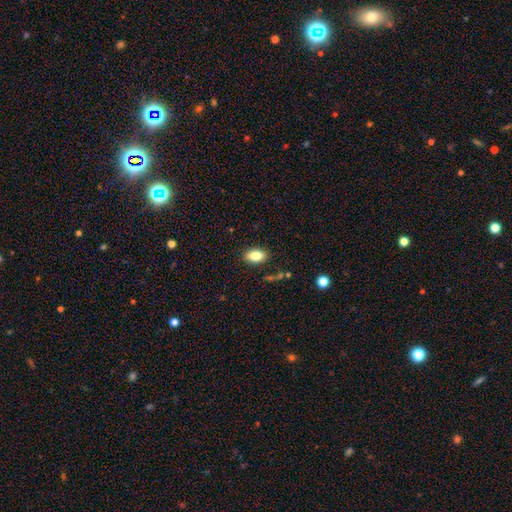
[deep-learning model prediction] This appears to be a smooth galaxy with no disk features (82%) that is in between round and cigar-shaped (90%). Merging: none (86%).